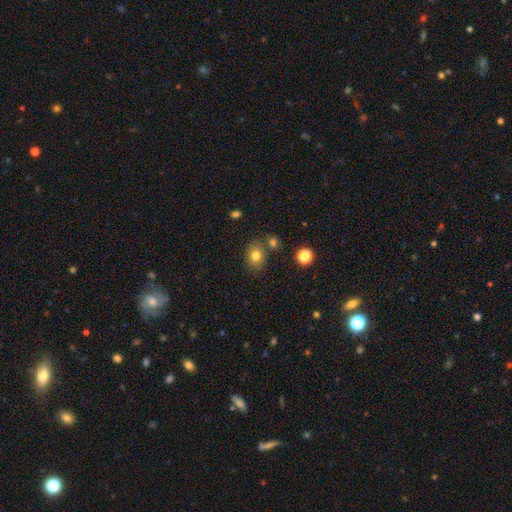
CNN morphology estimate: smooth-or-featured: smooth: 78% | star or artifact: 12% | featured or disk: 9%
  how-rounded: round: 52% | in between: 47% | cigar-shaped: 1%
  merging: none: 73% | minor disturbance: 12% | merger: 11% | major disturbance: 3%